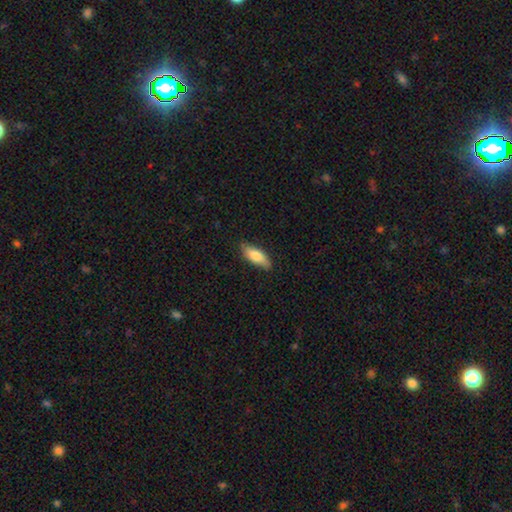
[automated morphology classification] Smooth or featured: smooth — 81% (featured or disk — 14%)
How rounded: in between — 72% (cigar-shaped — 26%)
Merging: none — 83% (minor disturbance — 14%)